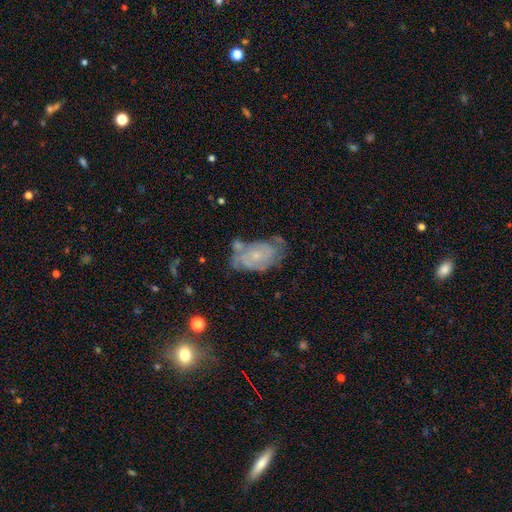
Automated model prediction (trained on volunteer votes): A featured or disk galaxy (72%) with no bar (70%), 2 (38%) tight (59%) spiral arms (87%) and a small central bulge (70%). Merging: none (54%).